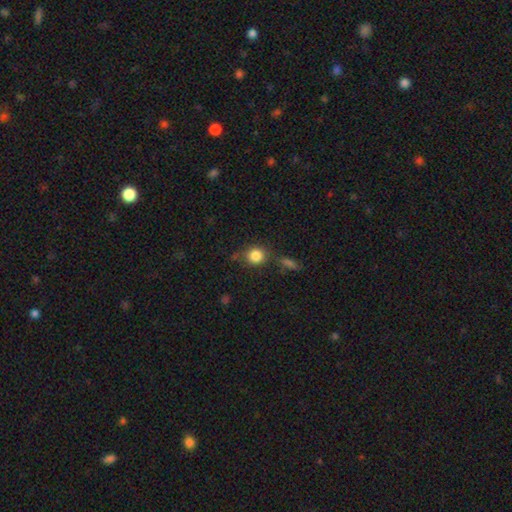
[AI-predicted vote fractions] This appears to be a smooth galaxy with no disk features (84%) that is round (84%). Merging: none (70%).